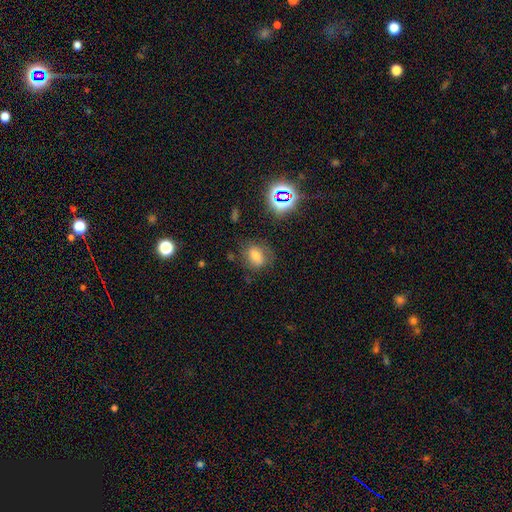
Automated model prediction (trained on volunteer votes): Overall: smooth (61%). How rounded: in between (56%; round 43%). Merging: none (69%).